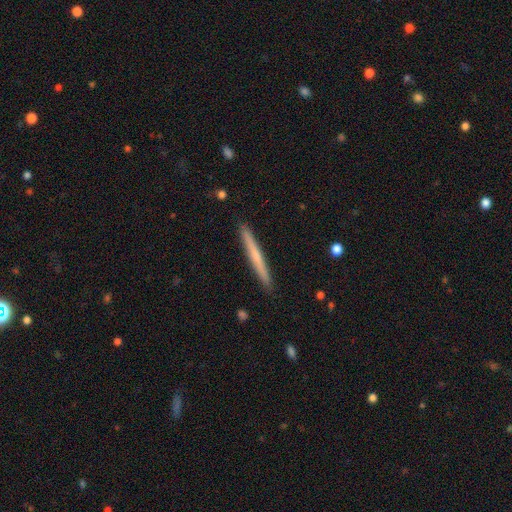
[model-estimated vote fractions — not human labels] Q: Smooth or featured?
A: smooth (53%); runner-up: featured or disk (41%)
Q: How rounded?
A: cigar-shaped (97%); runner-up: in between (2%)
Q: Merging?
A: none (92%); runner-up: minor disturbance (6%)